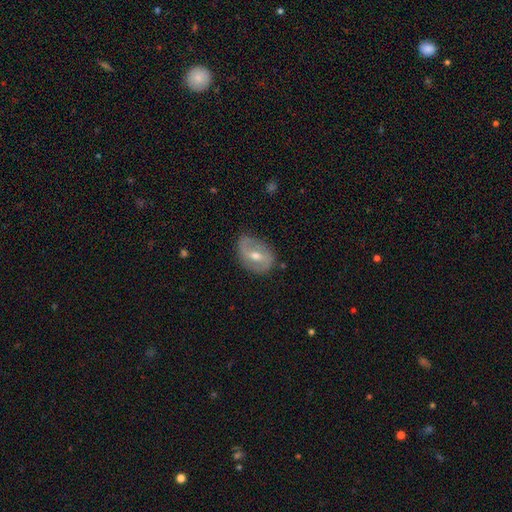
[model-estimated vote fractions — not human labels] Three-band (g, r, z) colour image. It shows a featured or disk galaxy (68%) with a weak bar (44%), spiral arms (71%) and a moderate central bulge (67%). Merging: none (72%).